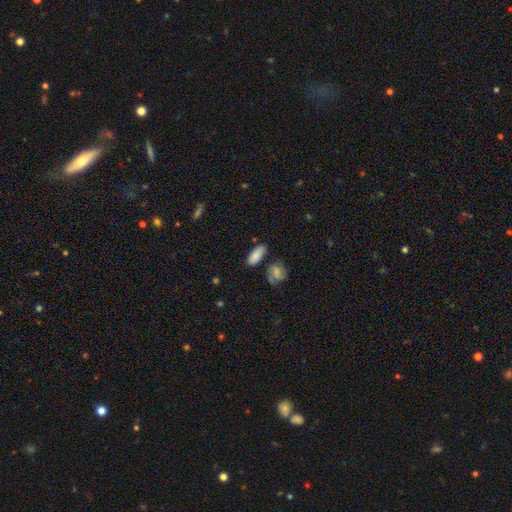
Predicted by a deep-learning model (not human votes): A smooth galaxy with no disk features (80%) that is in between round and cigar-shaped (82%). Merging: none (67%).